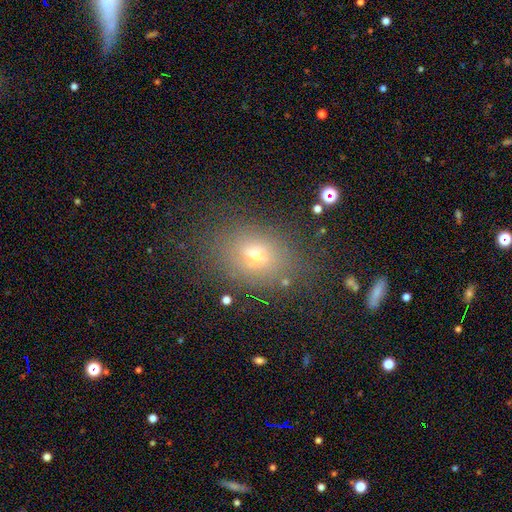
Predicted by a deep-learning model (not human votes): Smooth or featured? smooth (58%)
How rounded? in between (62%)
Merging? none (76%)